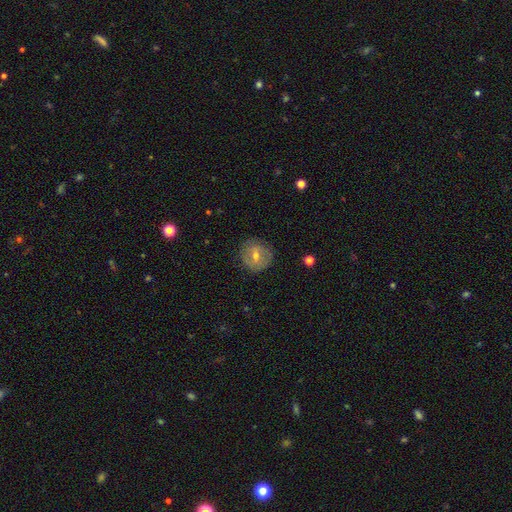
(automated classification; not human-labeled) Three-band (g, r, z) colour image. It shows a featured or disk galaxy (46%, tied with smooth). Merging: none (80%).